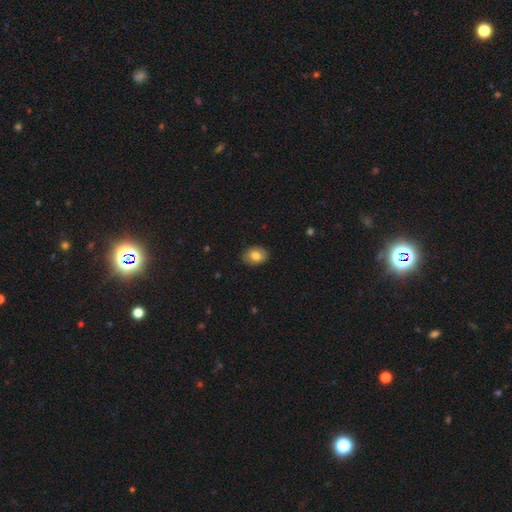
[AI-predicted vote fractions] Smooth or featured? smooth (79%)
How rounded? in between (74%)
Merging? none (86%)